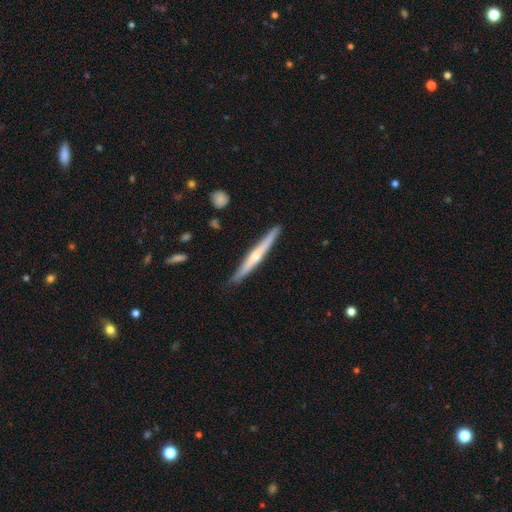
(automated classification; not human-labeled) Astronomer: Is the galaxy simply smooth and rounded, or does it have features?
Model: featured or disk — 63%.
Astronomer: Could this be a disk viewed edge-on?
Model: yes — 97%.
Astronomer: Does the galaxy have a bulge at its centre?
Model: rounded — 71%.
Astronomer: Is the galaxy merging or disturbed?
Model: none — 89%.